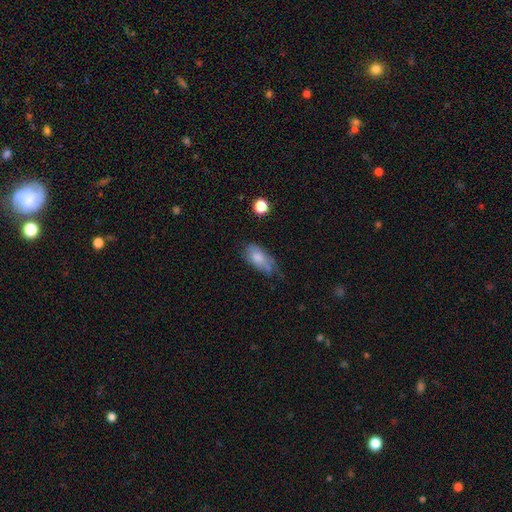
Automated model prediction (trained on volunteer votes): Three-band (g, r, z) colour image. It shows a smooth galaxy with no disk features (65%) that is in between round and cigar-shaped (86%). Merging: none (53%).